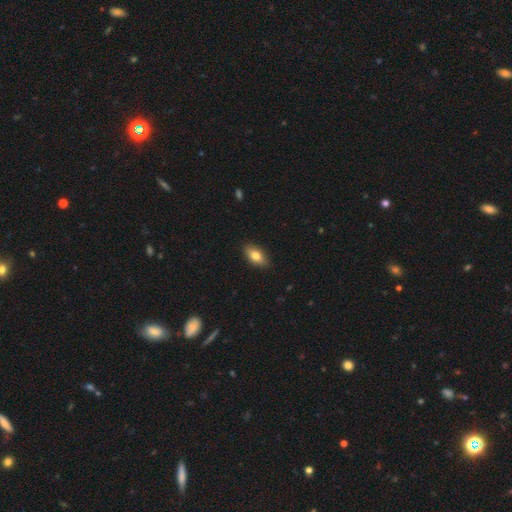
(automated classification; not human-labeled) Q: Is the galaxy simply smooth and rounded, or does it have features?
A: smooth — 78%.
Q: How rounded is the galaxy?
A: in between — 87%.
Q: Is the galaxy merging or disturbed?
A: none — 88%.